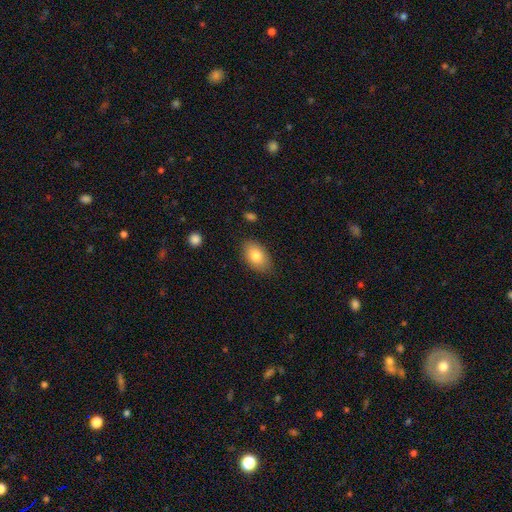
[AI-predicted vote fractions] Smooth or featured? Predicted: smooth (p=0.81). How rounded? Predicted: in between (p=0.90). Merging? Predicted: none (p=0.81).